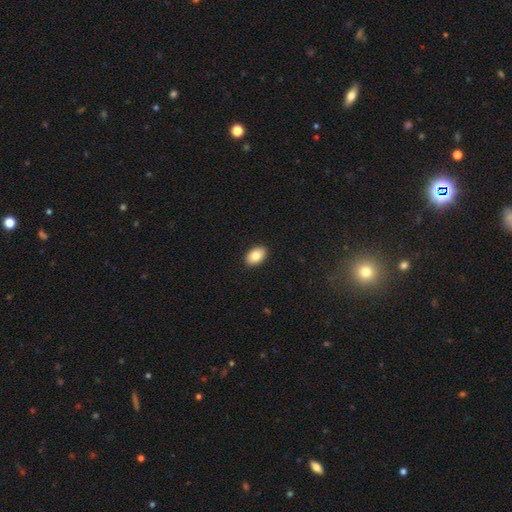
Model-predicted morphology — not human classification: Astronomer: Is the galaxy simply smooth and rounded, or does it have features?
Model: smooth — 84%.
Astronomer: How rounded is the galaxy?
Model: in between — 90%.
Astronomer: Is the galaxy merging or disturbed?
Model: none — 91%.